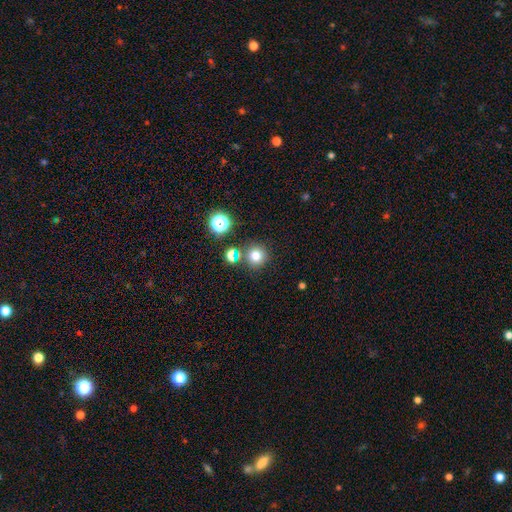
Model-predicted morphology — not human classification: A smooth galaxy with no disk features (75%) that is round (94%). Merging: none (78%).